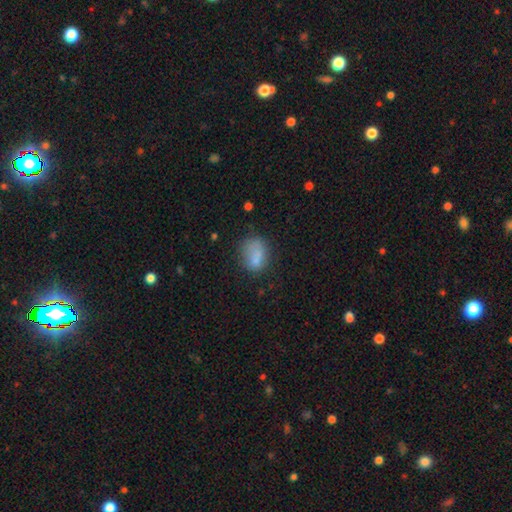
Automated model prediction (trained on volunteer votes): A smooth galaxy with no disk features (74%) that is in between round and cigar-shaped (64%).

Vote fractions:
- Smooth or featured? smooth: 74% / featured or disk: 15% / star or artifact: 11%
- How rounded? in between: 64% / round: 34% / cigar-shaped: 2%
- Merging? none: 47% / minor disturbance: 25% / major disturbance: 15% / merger: 12%